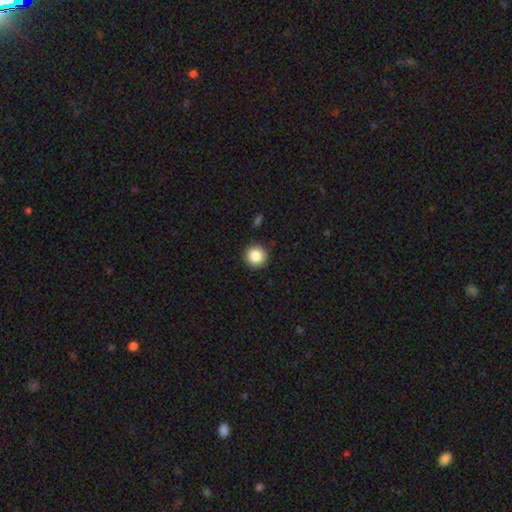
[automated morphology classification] Smooth or featured? smooth (85%)
How rounded? round (95%)
Merging? none (91%)